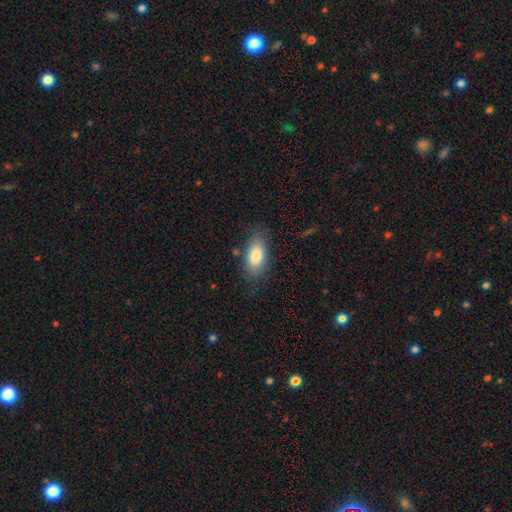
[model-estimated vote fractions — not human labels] smooth_or_featured: smooth (p=0.83) [alt: featured or disk p=0.10]
how_rounded: in between (p=0.89) [alt: cigar-shaped p=0.08]
merging: none (p=0.78) [alt: minor disturbance p=0.15]